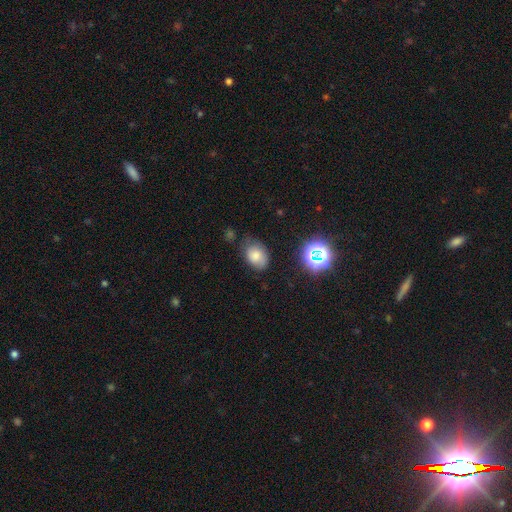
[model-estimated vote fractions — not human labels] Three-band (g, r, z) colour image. It shows a smooth galaxy with no disk features (74%) that is in between round and cigar-shaped (76%). Merging: none (63%).